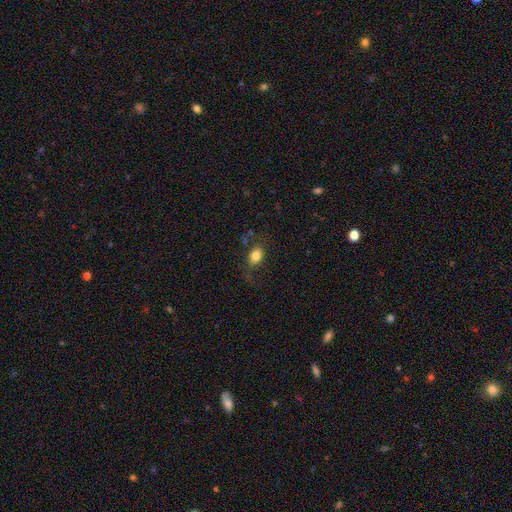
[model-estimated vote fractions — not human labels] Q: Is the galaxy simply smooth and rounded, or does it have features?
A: smooth — 81%.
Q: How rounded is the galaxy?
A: in between — 77%.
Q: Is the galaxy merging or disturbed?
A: none — 75%.